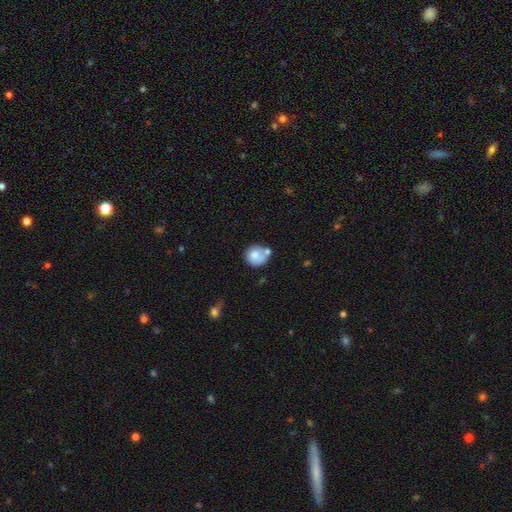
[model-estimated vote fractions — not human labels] Smooth or featured? Predicted: smooth (p=0.73). How rounded? Predicted: round (p=0.81). Merging? Predicted: none (p=0.45).